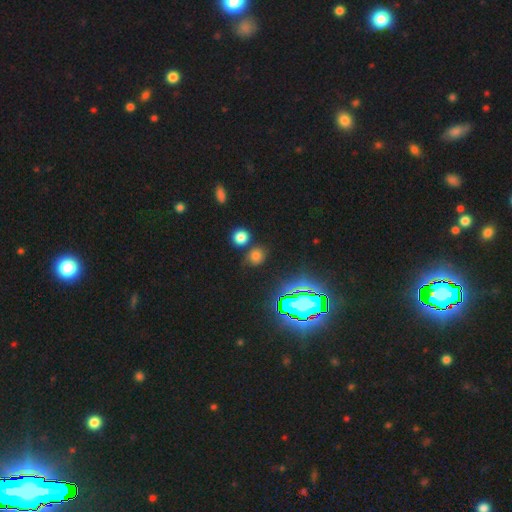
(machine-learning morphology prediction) Overall: smooth (62%; star or artifact 30%). How rounded: round (82%). Merging: none (77%).